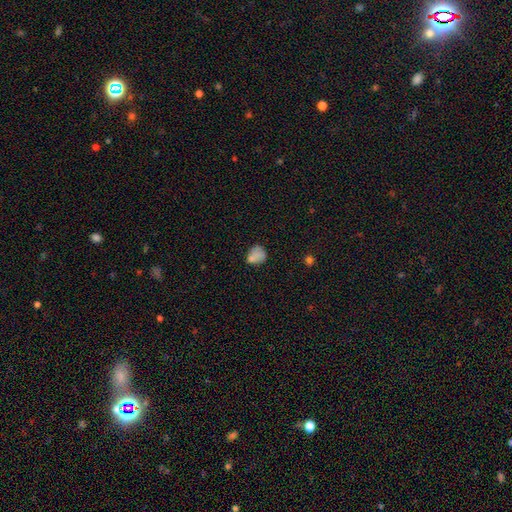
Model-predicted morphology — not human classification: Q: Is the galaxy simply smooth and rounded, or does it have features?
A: smooth — 74%.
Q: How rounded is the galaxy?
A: round — 54%.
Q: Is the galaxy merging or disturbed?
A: none — 52%.